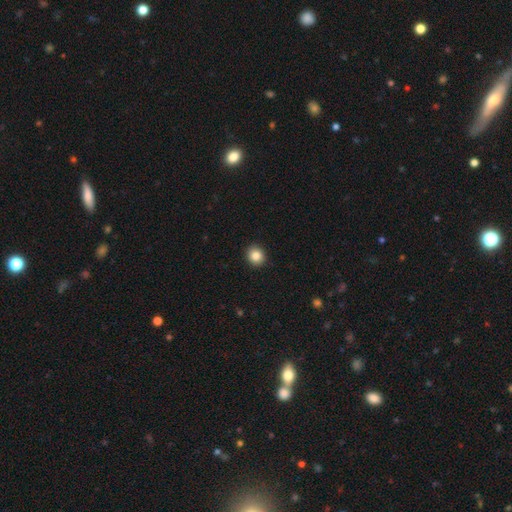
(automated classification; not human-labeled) smooth-or-featured: smooth: 86% | star or artifact: 9% | featured or disk: 5%
  how-rounded: round: 80% | in between: 19% | cigar-shaped: 1%
  merging: none: 92% | minor disturbance: 6% | major disturbance: 2% | merger: 1%